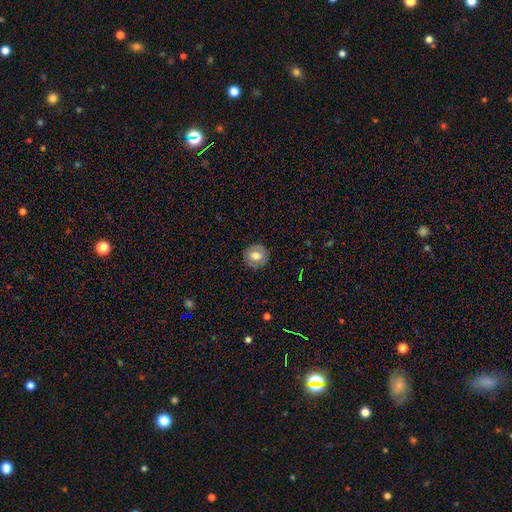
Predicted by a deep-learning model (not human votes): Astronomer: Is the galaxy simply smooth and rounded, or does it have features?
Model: smooth — 71%.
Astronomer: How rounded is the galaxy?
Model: round — 89%.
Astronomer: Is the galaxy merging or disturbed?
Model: none — 88%.